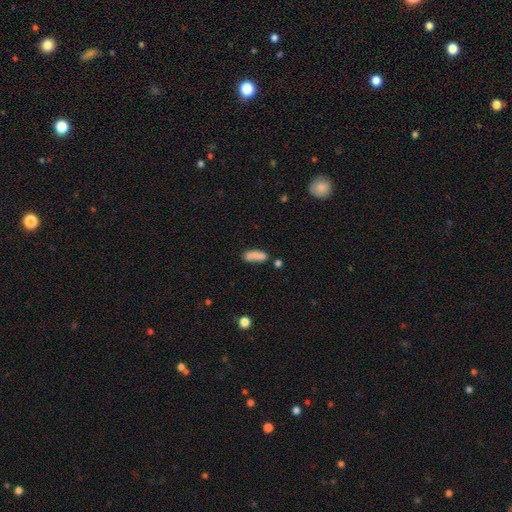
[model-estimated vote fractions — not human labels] This appears to be a smooth galaxy with no disk features (80%) that is in between round and cigar-shaped (67%). Merging: none (56%).